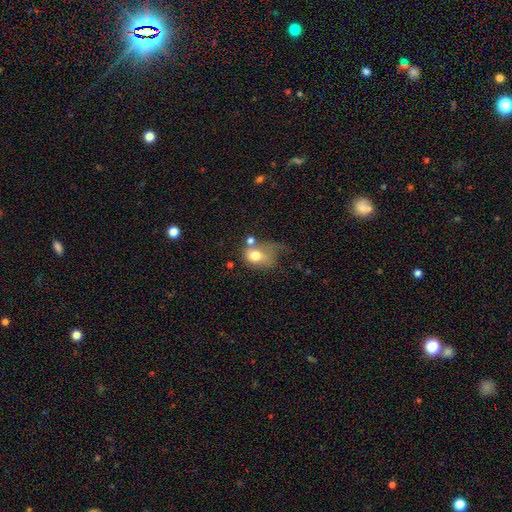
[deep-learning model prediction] smooth-or-featured: smooth: 68% | featured or disk: 22% | star or artifact: 10%
  how-rounded: in between: 59% | round: 40% | cigar-shaped: 1%
  merging: major disturbance: 35% | none: 23% | minor disturbance: 22% | merger: 21%